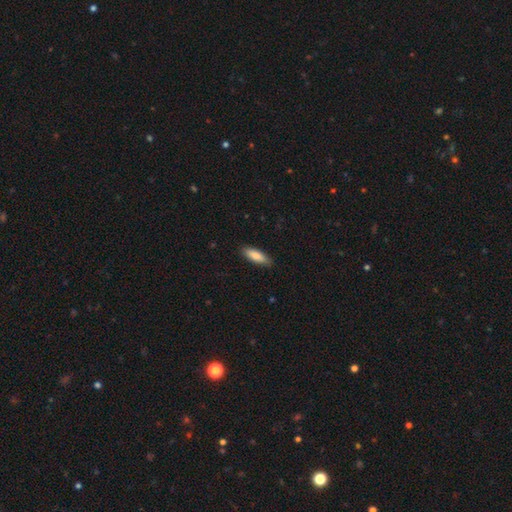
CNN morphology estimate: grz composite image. It shows a smooth galaxy with no disk features (85%) that is in between round and cigar-shaped (57%). Merging: none (88%).